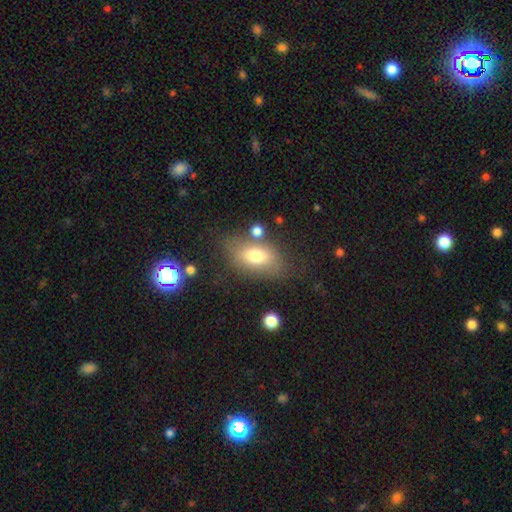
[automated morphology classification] smooth 73%, featured or disk 18%, star or artifact 9%. Down the decision tree: how rounded — in between (88%); merging — none (65%).